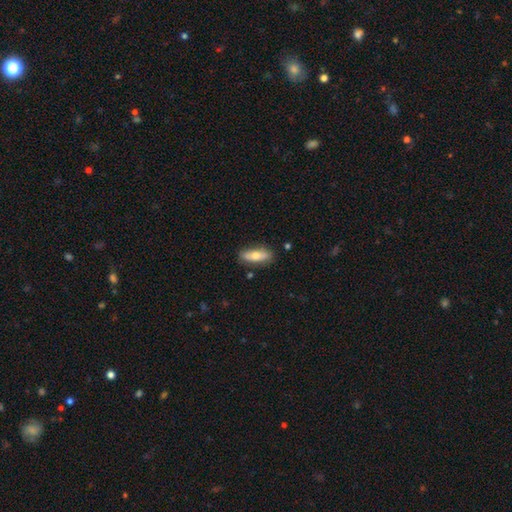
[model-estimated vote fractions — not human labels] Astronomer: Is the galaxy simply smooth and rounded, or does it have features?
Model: smooth — 65%.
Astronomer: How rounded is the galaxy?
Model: in between — 60% (runner-up: cigar-shaped, 37%).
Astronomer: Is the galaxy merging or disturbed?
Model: none — 83%.